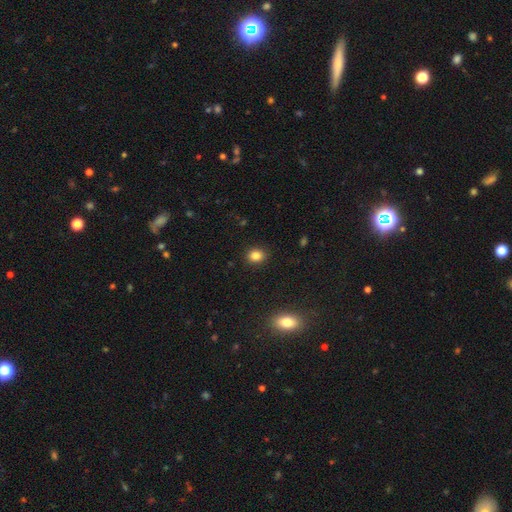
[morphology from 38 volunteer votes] Smooth or featured?
  - smooth: 92% *
  - star or artifact: 8%
  - featured or disk: 0%
How rounded?
  - round: 74% *
  - in between: 26%
  - cigar-shaped: 0%
Merging?
  - none: 97% *
  - major disturbance: 3%
  - minor disturbance: 0%
  - merger: 0%